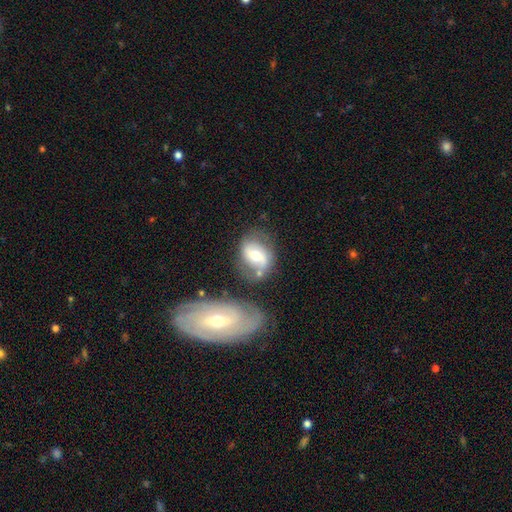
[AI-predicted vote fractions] This appears to be a featured or disk galaxy (56%) with a weak bar (41%), spiral arms (76%) and a moderate central bulge (66%). Merging: none (55%).